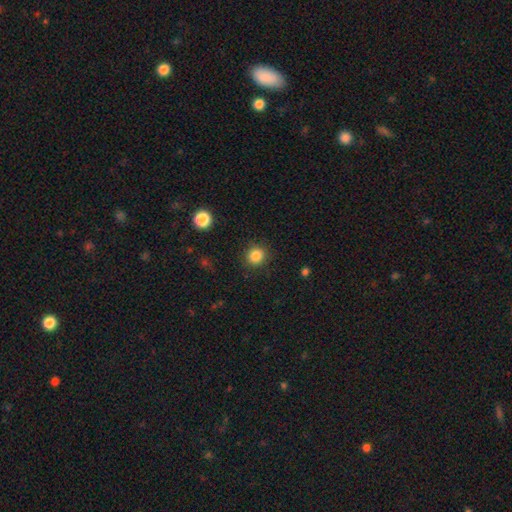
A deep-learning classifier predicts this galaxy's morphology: A smooth galaxy with no disk features (85%) that is round (91%). Merging: none (90%).